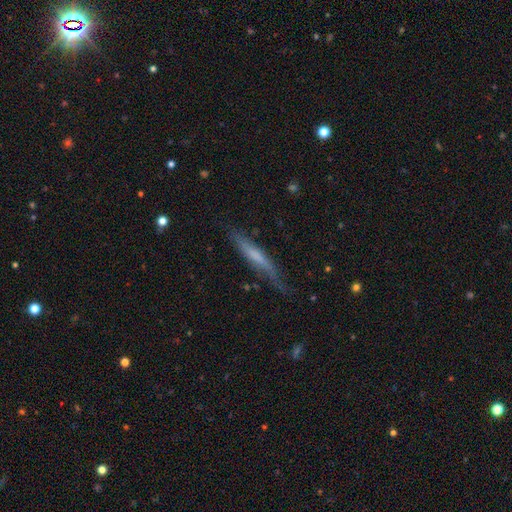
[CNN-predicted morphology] smooth_or_featured: featured or disk (p=0.47) [alt: smooth p=0.46]
merging: none (p=0.60) [alt: minor disturbance p=0.28]